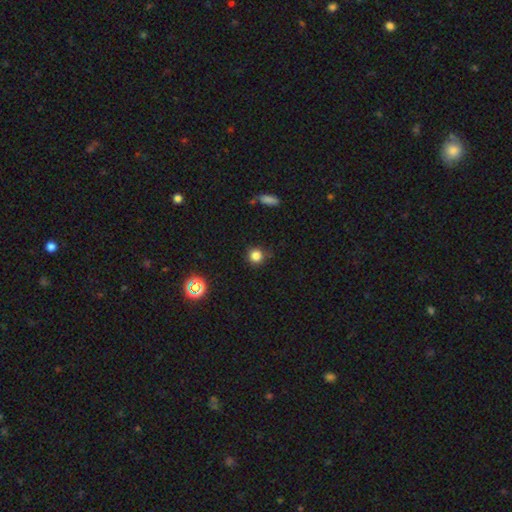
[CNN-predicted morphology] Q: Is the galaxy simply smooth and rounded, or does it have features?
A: smooth — 82%.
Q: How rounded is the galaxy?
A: round — 93%.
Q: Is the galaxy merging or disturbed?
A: none — 83%.